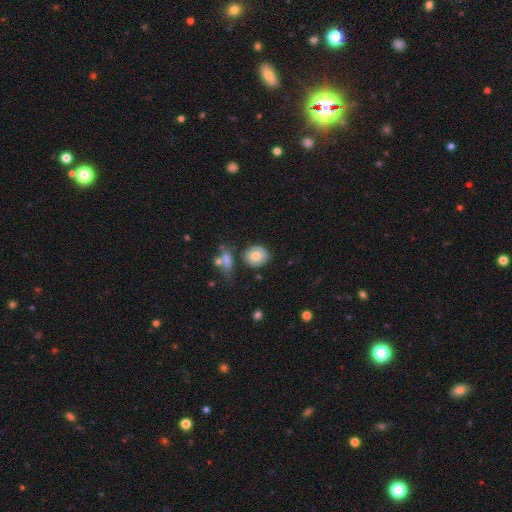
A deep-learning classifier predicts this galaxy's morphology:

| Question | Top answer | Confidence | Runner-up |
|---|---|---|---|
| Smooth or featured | smooth | 73% | featured or disk (19%) |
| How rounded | round | 67% | in between (31%) |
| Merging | none | 72% | minor disturbance (15%) |